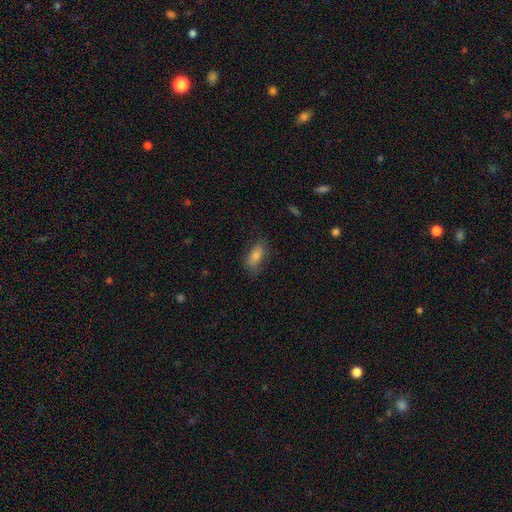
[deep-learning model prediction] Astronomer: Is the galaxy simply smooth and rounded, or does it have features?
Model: smooth — 69%.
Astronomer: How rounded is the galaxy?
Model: in between — 77%.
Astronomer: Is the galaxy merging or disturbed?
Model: none — 74%.